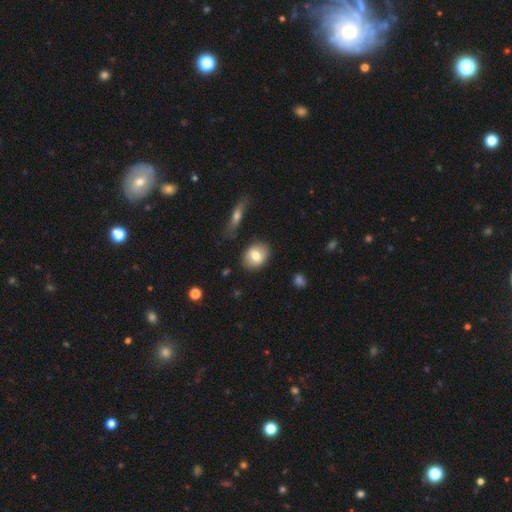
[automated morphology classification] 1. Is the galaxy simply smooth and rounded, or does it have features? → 74% smooth, 19% featured or disk, 7% star or artifact.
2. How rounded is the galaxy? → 61% in between, 37% round, 2% cigar-shaped.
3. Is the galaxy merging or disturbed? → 85% none, 10% minor disturbance, 3% merger, 3% major disturbance.